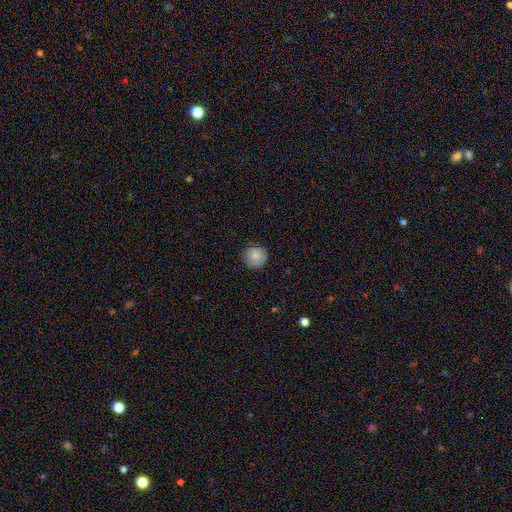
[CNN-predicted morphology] Smooth or featured?
  - smooth: 83% *
  - featured or disk: 9%
  - star or artifact: 8%
How rounded?
  - round: 94% *
  - in between: 5%
  - cigar-shaped: 1%
Merging?
  - none: 85% *
  - minor disturbance: 11%
  - major disturbance: 2%
  - merger: 1%